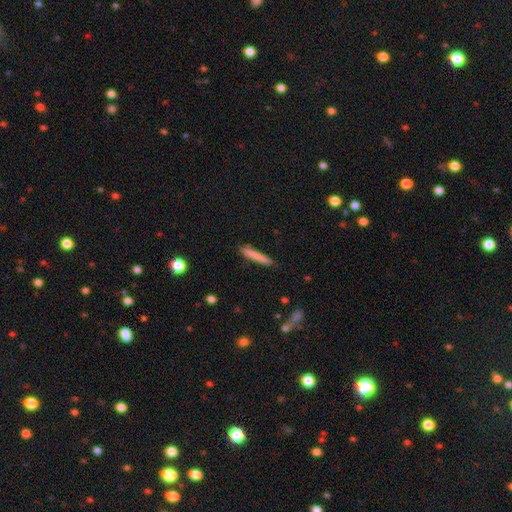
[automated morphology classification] Smooth or featured? Predicted: smooth (p=0.78). How rounded? Predicted: cigar-shaped (p=0.94). Merging? Predicted: none (p=0.87).